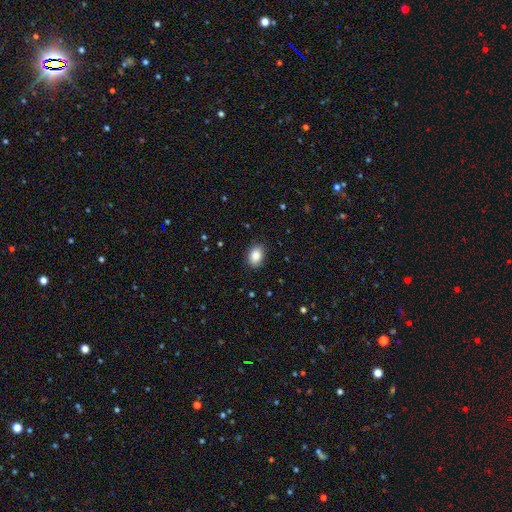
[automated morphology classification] Q: Smooth or featured?
A: smooth (87%); runner-up: star or artifact (8%)
Q: How rounded?
A: in between (75%); runner-up: round (24%)
Q: Merging?
A: none (86%); runner-up: minor disturbance (10%)